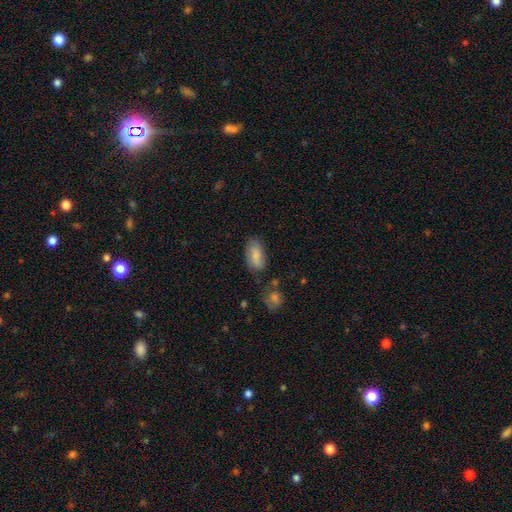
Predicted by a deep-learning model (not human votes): The model was most divided on "merging": none: 70%, minor disturbance: 20%, major disturbance: 5%, merger: 5%. More confident: how rounded — in between (90%); smooth or featured — smooth (80%).